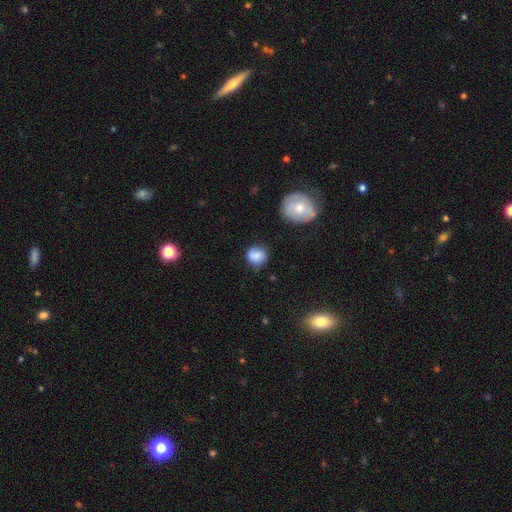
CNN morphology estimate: This is likely a smooth galaxy (79%). How rounded: clearly round (81%). Merging: likely none (70%).